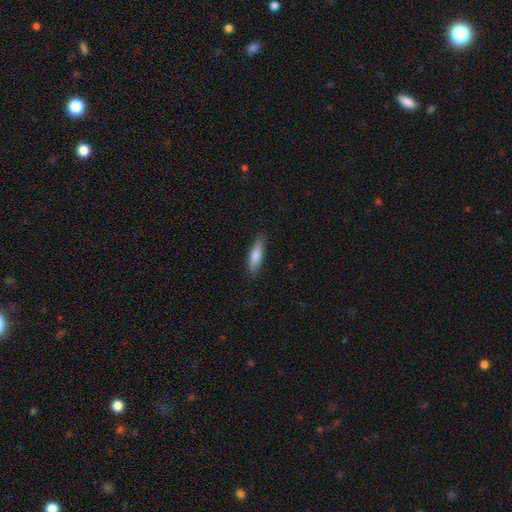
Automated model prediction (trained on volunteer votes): The model was most divided on "how rounded": cigar-shaped: 63%, in between: 36%, round: 2%. More confident: merging — none (86%); smooth or featured — smooth (80%).